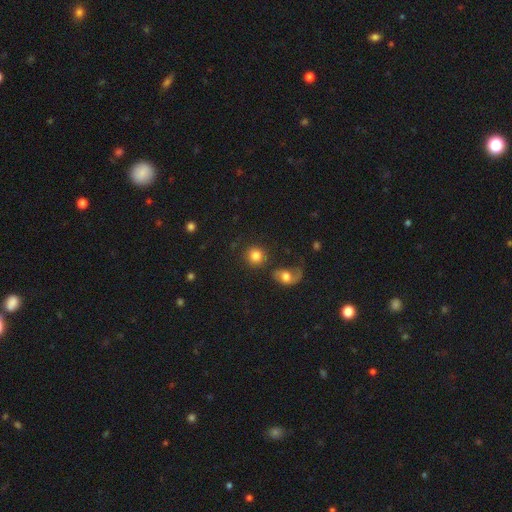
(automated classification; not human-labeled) A smooth galaxy with no disk features (81%) that is round (89%). Merging: none (71%).